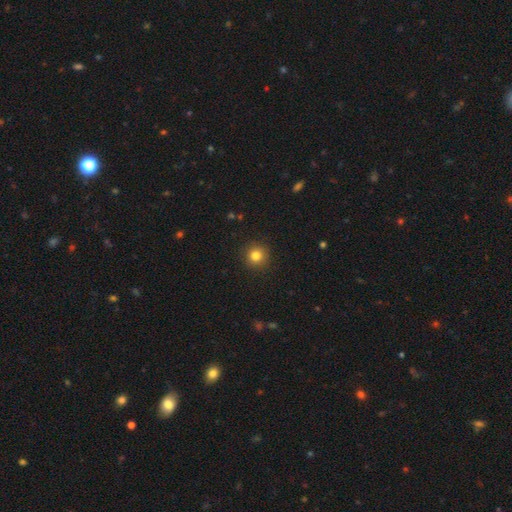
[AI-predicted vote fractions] The model was most divided on "smooth or featured": smooth: 82%, star or artifact: 12%, featured or disk: 6%. More confident: how rounded — round (95%); merging — none (92%).